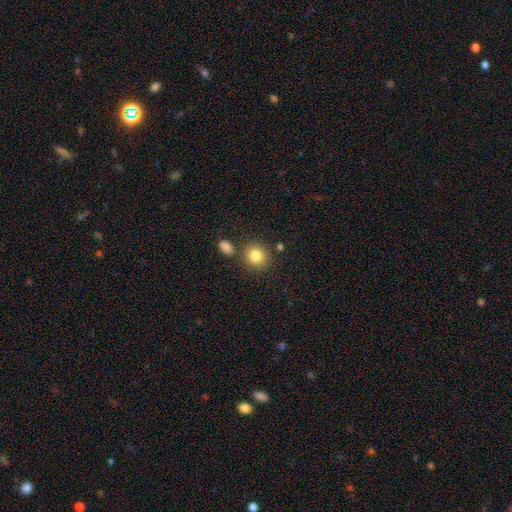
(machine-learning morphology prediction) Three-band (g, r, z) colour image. It shows a smooth galaxy with no disk features (83%) that is round (84%). Merging: none (78%).